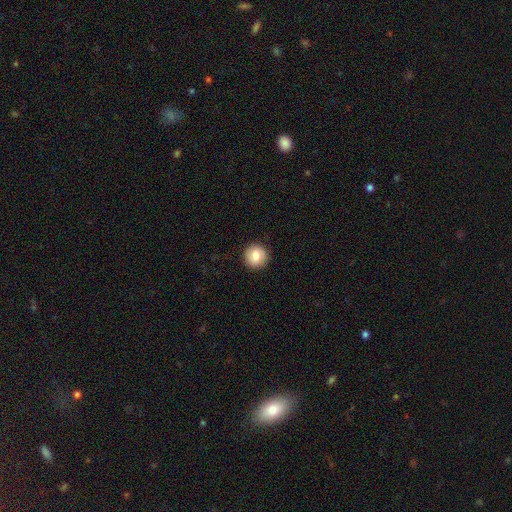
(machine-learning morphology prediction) This appears to be a smooth galaxy with no disk features (83%) that is round (93%). Merging: none (91%).